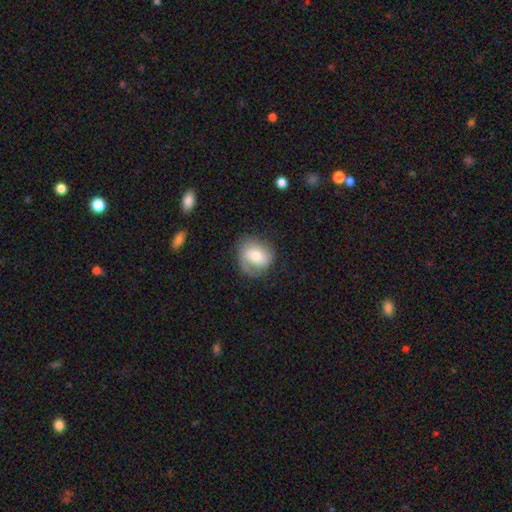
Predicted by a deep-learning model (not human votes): This appears to be a featured or disk galaxy (52%) with no bar (42%), spiral arms (83%) and a moderate central bulge (60%). Merging: none (67%).